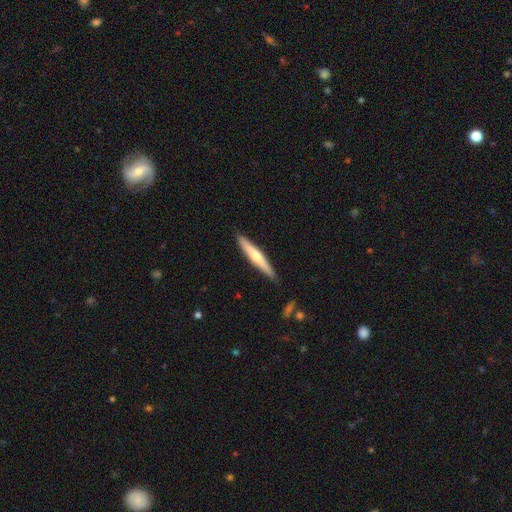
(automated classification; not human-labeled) Smooth or featured? featured or disk (53%)
Edge-on disk? yes (96%)
Edge-on bulge? rounded (79%)
Merging? none (89%)